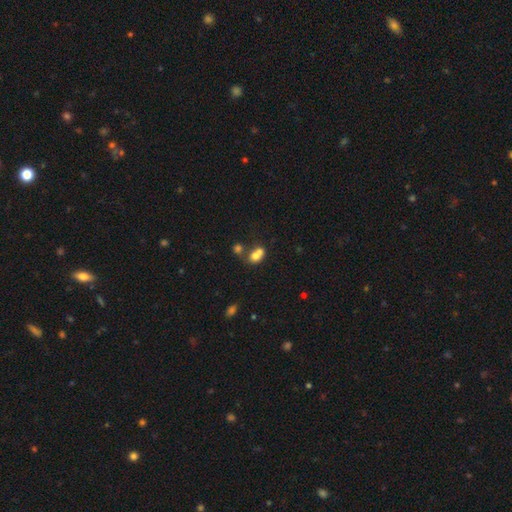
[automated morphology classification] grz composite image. It shows a smooth galaxy with no disk features (72%) that is in between round and cigar-shaped (54%). Merging: merger (61%).